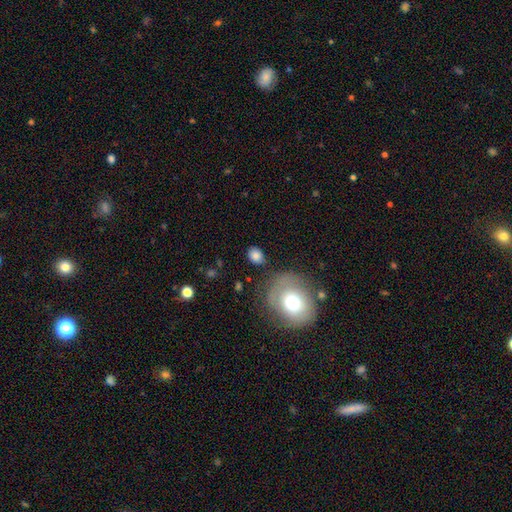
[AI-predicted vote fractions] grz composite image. It shows a smooth galaxy with no disk features (81%) that is in between round and cigar-shaped (53%). Merging: none (77%).